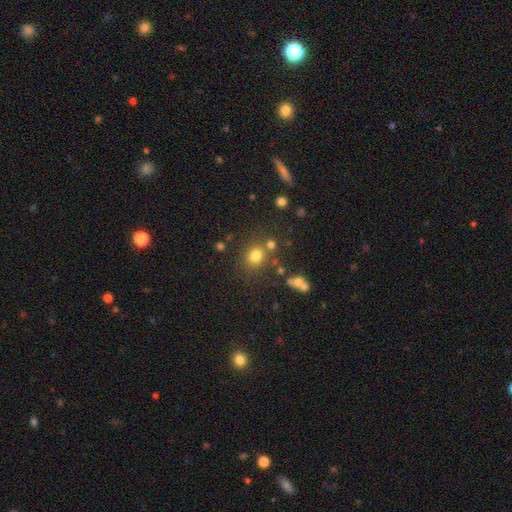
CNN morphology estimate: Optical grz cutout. It shows a smooth galaxy with no disk features (76%) that is round (82%). Merging: none (74%).